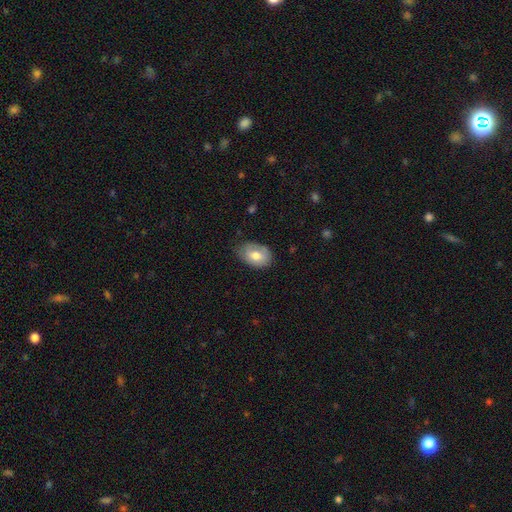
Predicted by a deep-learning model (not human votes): A smooth galaxy with no disk features (69%) that is in between round and cigar-shaped (83%).

Vote fractions:
- Smooth or featured? smooth: 69% / featured or disk: 24% / star or artifact: 7%
- How rounded? in between: 83% / round: 15% / cigar-shaped: 1%
- Merging? none: 69% / minor disturbance: 25% / major disturbance: 5% / merger: 1%